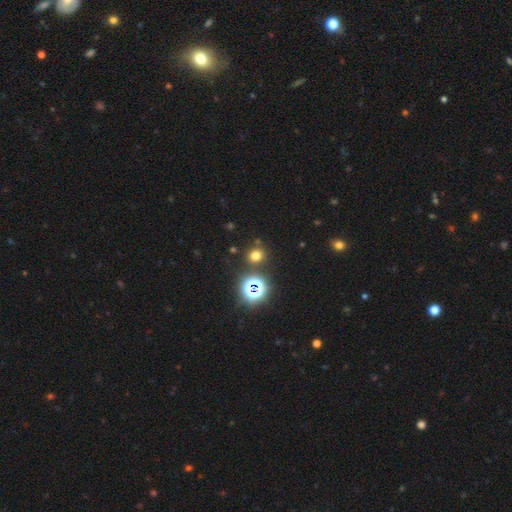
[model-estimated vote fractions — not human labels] A smooth galaxy with no disk features (67%) that is round (80%).

Vote fractions:
- Smooth or featured? smooth: 67% / star or artifact: 27% / featured or disk: 6%
- How rounded? round: 80% / in between: 19% / cigar-shaped: 1%
- Merging? none: 84% / minor disturbance: 7% / merger: 6% / major disturbance: 3%